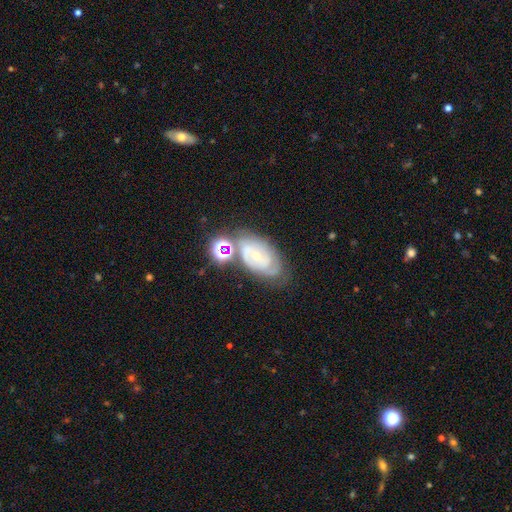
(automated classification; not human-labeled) featured or disk 72%, smooth 17%, star or artifact 10%. Down the decision tree: edge-on disk — no (95%); bar — no (70%); spiral arms — yes (81%); spiral arm count — can't tell (40%); spiral winding — tight (64%); bulge size — small (57%); merging — none (53%).